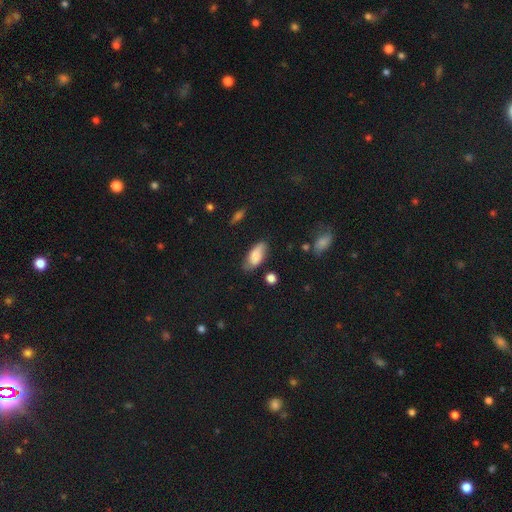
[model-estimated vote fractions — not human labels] Smooth or featured? Predicted: smooth (p=0.73). How rounded? Predicted: in between (p=0.88). Merging? Predicted: none (p=0.67).